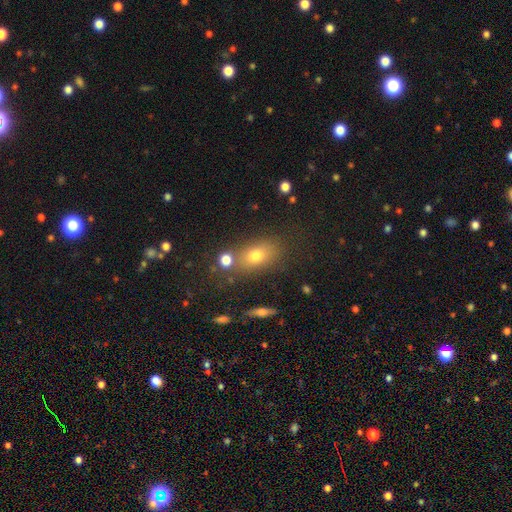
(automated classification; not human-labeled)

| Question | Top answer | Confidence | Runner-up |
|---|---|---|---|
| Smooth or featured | smooth | 70% | star or artifact (16%) |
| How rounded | in between | 72% | round (23%) |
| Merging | none | 68% | merger (14%) |